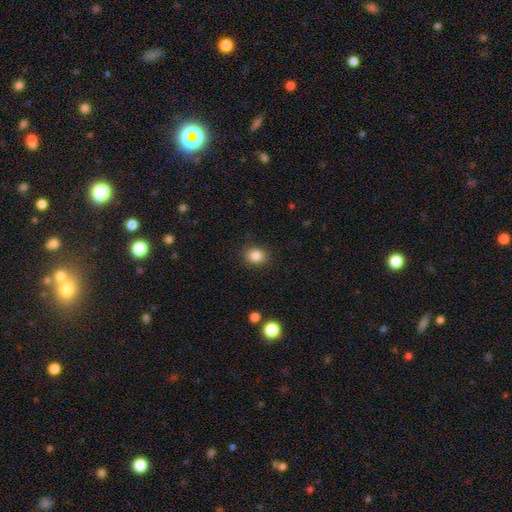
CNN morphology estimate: This appears to be a smooth galaxy with no disk features (84%) that is round (56%). Merging: none (86%).